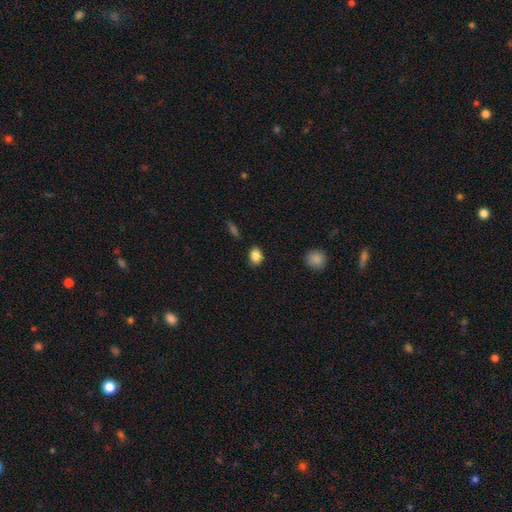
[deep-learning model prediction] smooth 86%, star or artifact 9%, featured or disk 5%. Down the decision tree: how rounded — in between (54%); merging — none (84%).